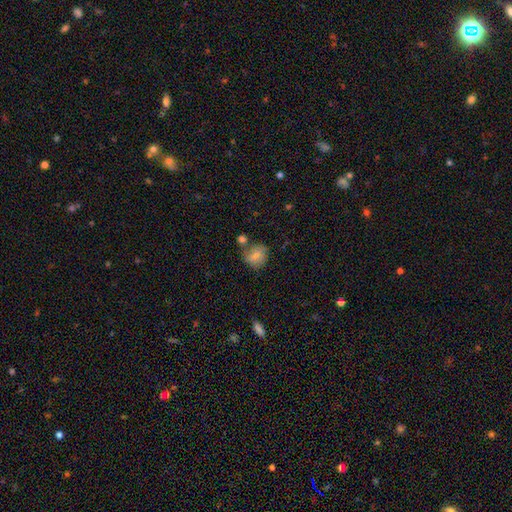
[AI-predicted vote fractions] This is likely a smooth galaxy (72%). How rounded: likely round (70%). Merging: possibly none (56%).